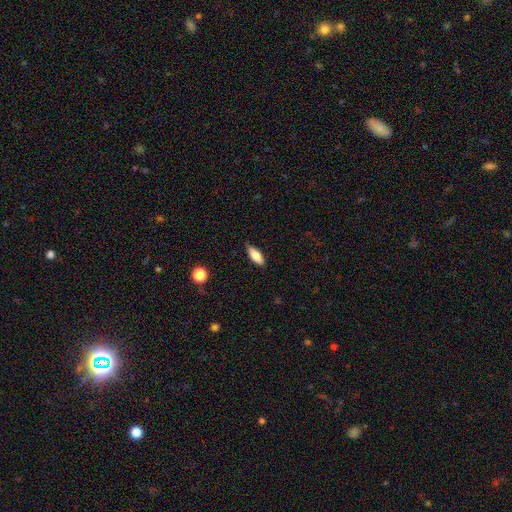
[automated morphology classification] smooth-or-featured: smooth: 75% | featured or disk: 18% | star or artifact: 7%
  how-rounded: in between: 67% | cigar-shaped: 30% | round: 3%
  merging: none: 83% | minor disturbance: 13% | major disturbance: 2% | merger: 1%